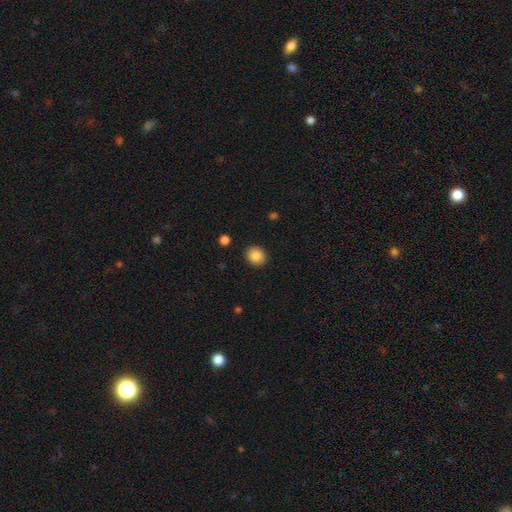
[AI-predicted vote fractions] Morphology: type=smooth (88%); roundness=round (65%); merging=none (90%).